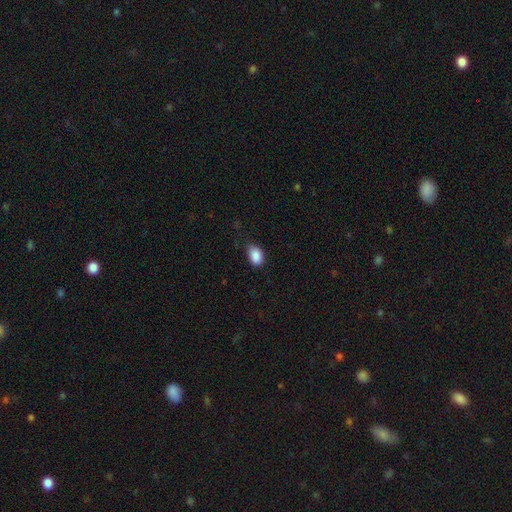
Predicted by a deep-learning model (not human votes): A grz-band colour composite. It shows a smooth galaxy with no disk features (89%) that is in between round and cigar-shaped (83%). Merging: none (73%).